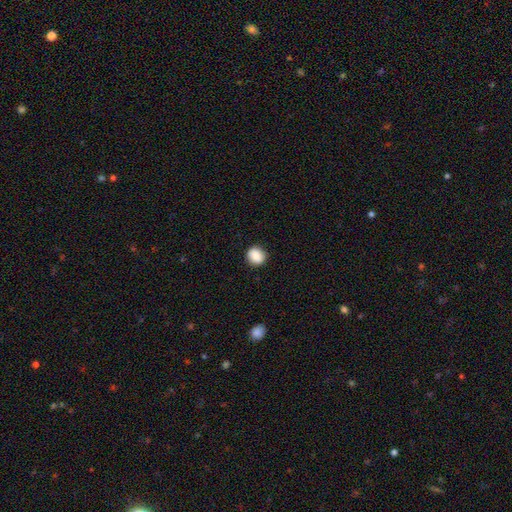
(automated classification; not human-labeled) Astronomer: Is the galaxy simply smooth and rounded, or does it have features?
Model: smooth — 88%.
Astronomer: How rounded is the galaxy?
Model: round — 75%.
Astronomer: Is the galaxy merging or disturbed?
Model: none — 87%.